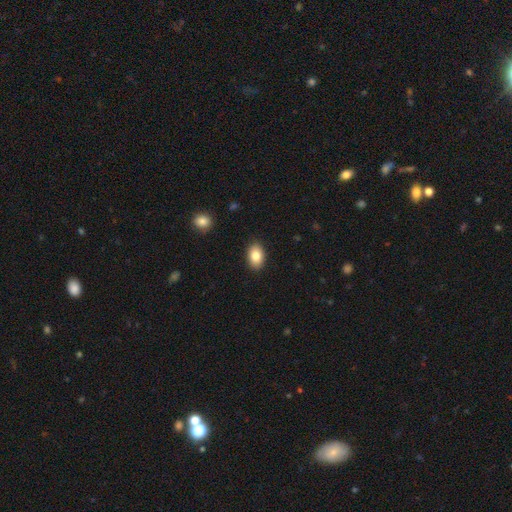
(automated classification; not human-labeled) This appears to be a smooth galaxy with no disk features (84%) that is in between round and cigar-shaped (87%). Merging: none (89%).